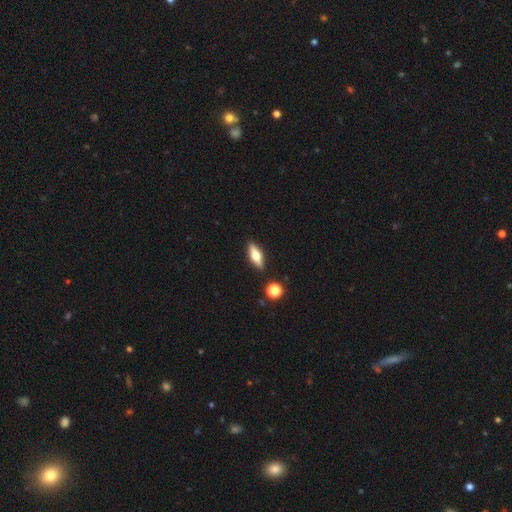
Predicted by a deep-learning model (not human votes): Morphology: type=featured or disk (47%); merging=none (88%).